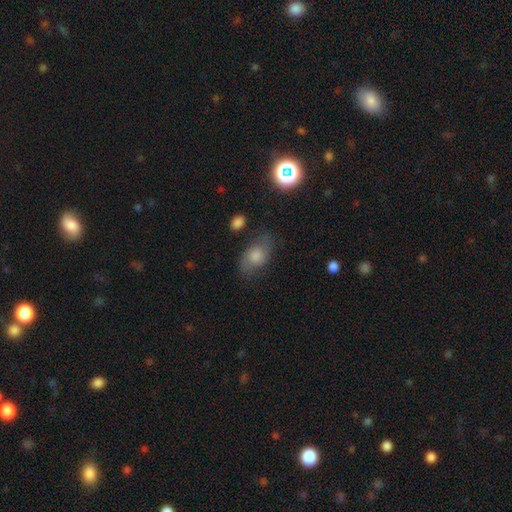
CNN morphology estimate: Smooth or featured? featured or disk (47%)
Merging? none (71%)